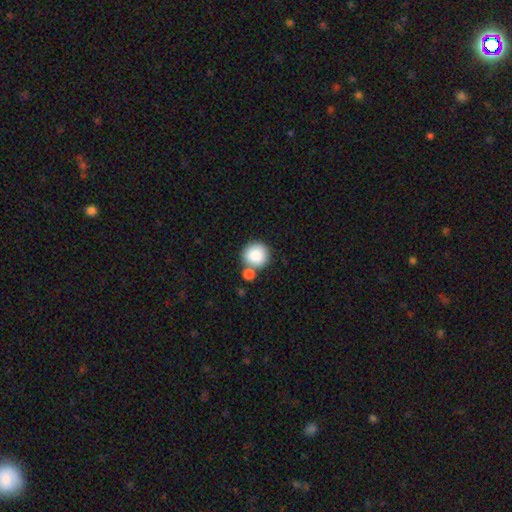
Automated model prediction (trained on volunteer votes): Smooth or featured? smooth (84%)
How rounded? round (92%)
Merging? none (65%)